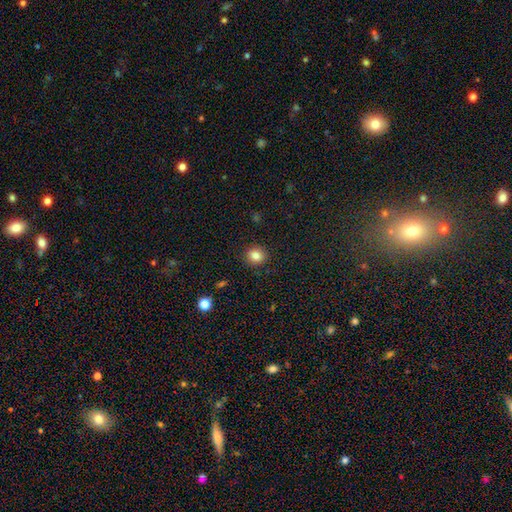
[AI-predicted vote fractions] A smooth galaxy with no disk features (83%) that is round (83%).

Vote fractions:
- Smooth or featured? smooth: 83% / star or artifact: 11% / featured or disk: 6%
- How rounded? round: 83% / in between: 16% / cigar-shaped: 1%
- Merging? none: 90% / minor disturbance: 7% / major disturbance: 2% / merger: 1%